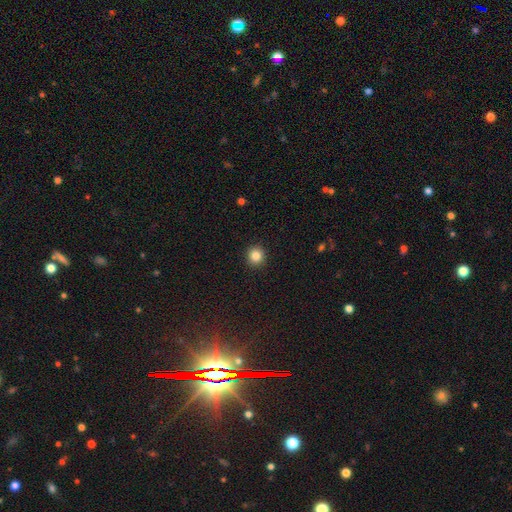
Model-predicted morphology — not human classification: smooth 85%, star or artifact 11%, featured or disk 4%. Down the decision tree: how rounded — round (92%); merging — none (93%).